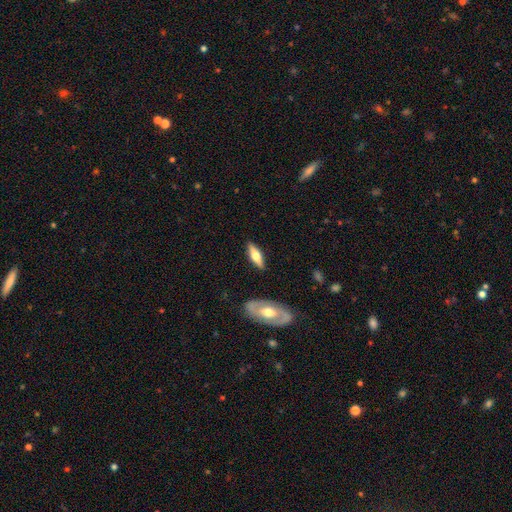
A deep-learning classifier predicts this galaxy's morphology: featured or disk 52%, smooth 42%, star or artifact 5%. Down the decision tree: edge-on disk — yes (87%); merging — none (86%).